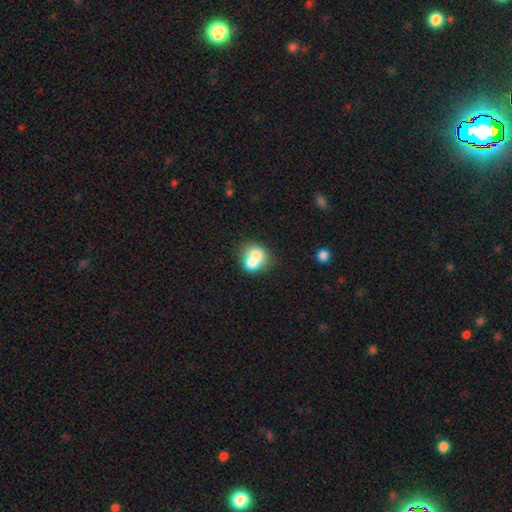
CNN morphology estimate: Smooth or featured?
  - smooth: 66% *
  - featured or disk: 24%
  - star or artifact: 9%
How rounded?
  - round: 61% *
  - in between: 38%
  - cigar-shaped: 1%
Merging?
  - merger: 65% *
  - none: 24%
  - minor disturbance: 7%
  - major disturbance: 4%